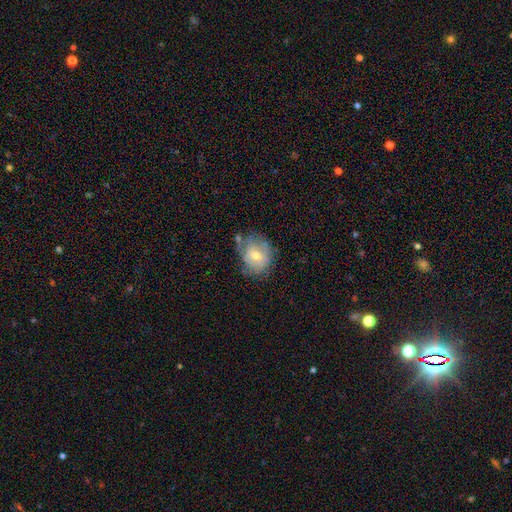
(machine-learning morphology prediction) This is possibly a smooth galaxy (48%). Merging: possibly none (56%).